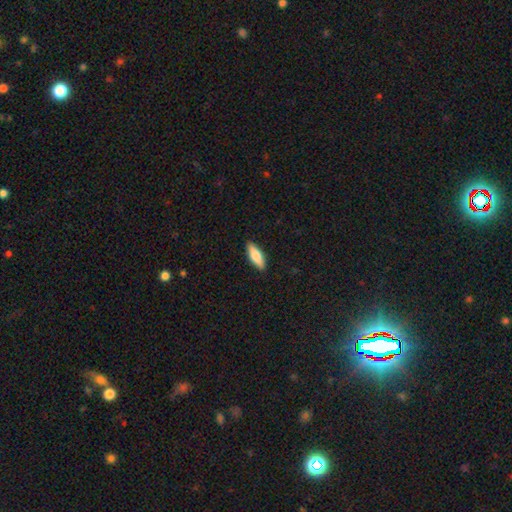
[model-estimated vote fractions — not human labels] Smooth or featured? smooth (75%)
How rounded? in between (60%)
Merging? none (90%)